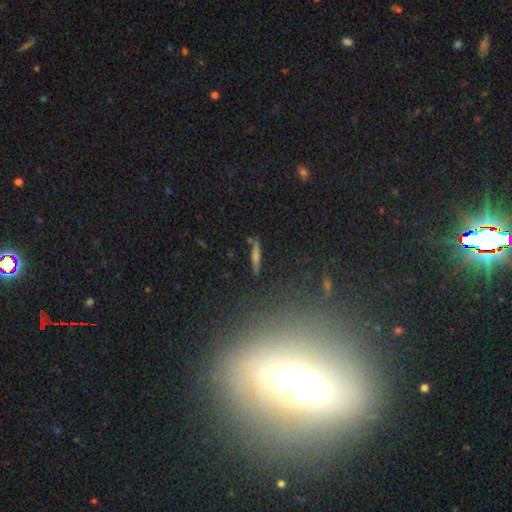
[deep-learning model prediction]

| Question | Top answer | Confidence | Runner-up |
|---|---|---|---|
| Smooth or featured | smooth | 61% | featured or disk (29%) |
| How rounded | cigar-shaped | 89% | in between (8%) |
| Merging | none | 81% | minor disturbance (12%) |